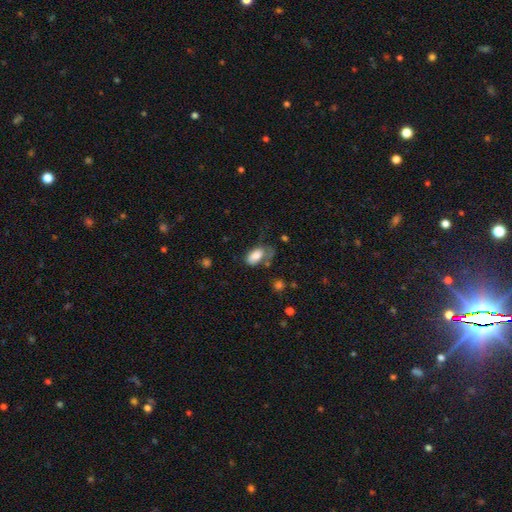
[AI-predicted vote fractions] Smooth or featured?
  - smooth: 78% *
  - featured or disk: 15%
  - star or artifact: 7%
How rounded?
  - in between: 93% *
  - round: 5%
  - cigar-shaped: 3%
Merging?
  - none: 33% *
  - major disturbance: 30%
  - minor disturbance: 30%
  - merger: 7%